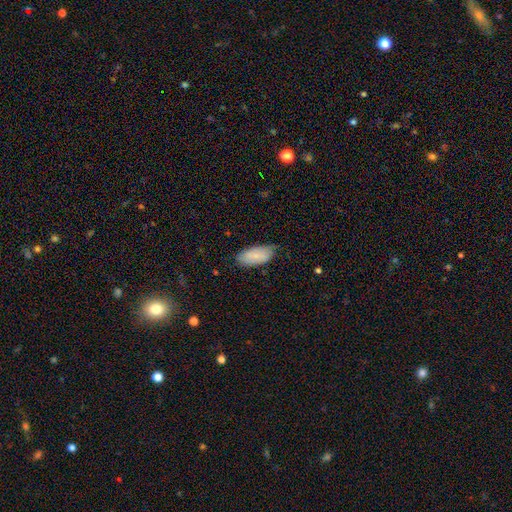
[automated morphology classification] smooth 79%, featured or disk 15%, star or artifact 6%. Down the decision tree: how rounded — in between (92%); merging — none (72%).